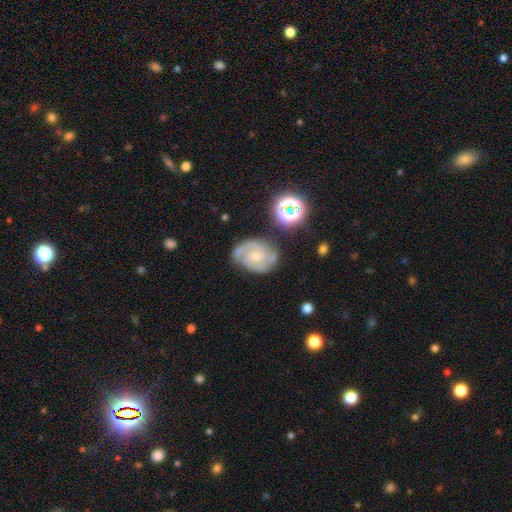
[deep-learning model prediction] smooth-or-featured: featured or disk: 81% | smooth: 10% | star or artifact: 8%
  disk-edge-on: no: 98% | yes: 2%
    bar: no: 60% | weak: 34% | strong: 6%
    has-spiral-arms: yes: 96% | no: 4%
      spiral-winding: tight: 47% | medium: 45% | loose: 8%
      spiral-arm-count: 2: 68% | 3: 15% | can't tell: 10% | 1: 3% | 4: 2% | more than 4: 2%
    bulge-size: small: 58% | moderate: 31% | none: 8% | large: 2% | dominant: 1%
  merging: none: 70% | minor disturbance: 20% | major disturbance: 7% | merger: 4%